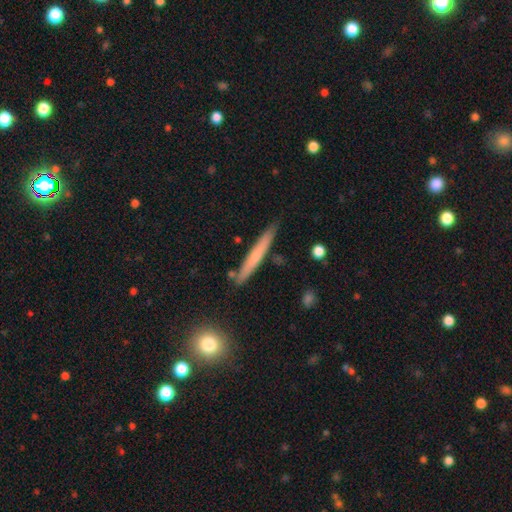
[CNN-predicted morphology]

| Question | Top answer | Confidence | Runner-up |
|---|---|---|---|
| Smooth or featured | smooth | 54% | featured or disk (40%) |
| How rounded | cigar-shaped | 96% | in between (3%) |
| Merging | none | 86% | minor disturbance (9%) |